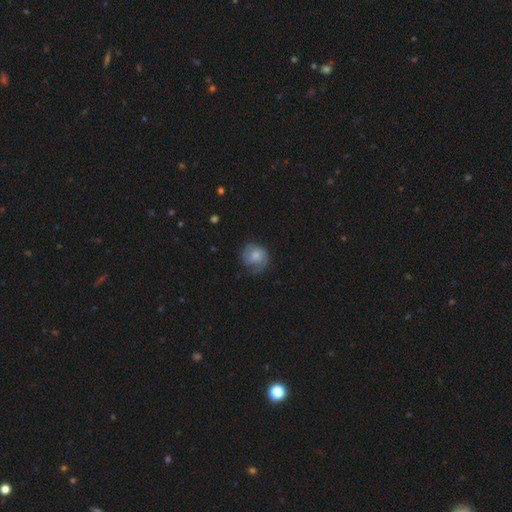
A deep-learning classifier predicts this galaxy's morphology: A smooth galaxy with no disk features (56%) that is round (78%). Merging: none (60%).